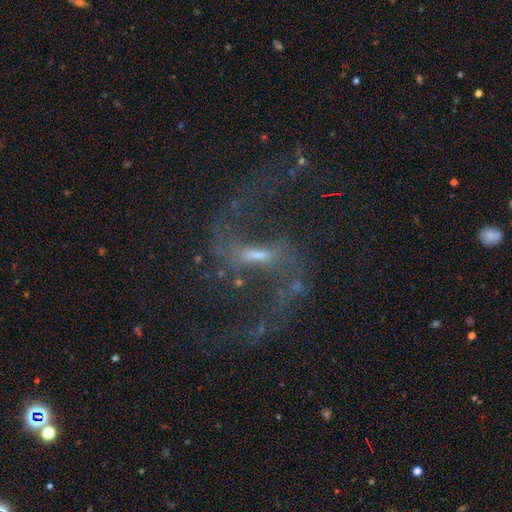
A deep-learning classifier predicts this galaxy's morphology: Smooth or featured? featured or disk (87%)
Edge-on disk? no (95%)
Bar? strong (45%)
Spiral arms? yes (94%)
Spiral winding? loose (82%)
Spiral arm count? 2 (93%)
Bulge size? small (49%)
Merging? none (61%)